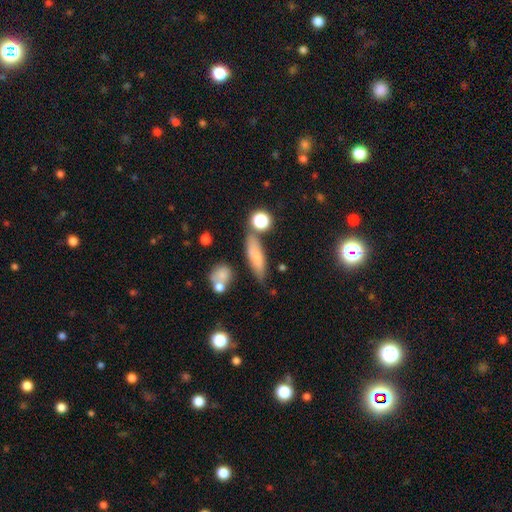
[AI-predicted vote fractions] smooth_or_featured: smooth (p=0.69) [alt: featured or disk p=0.21]
how_rounded: cigar-shaped (p=0.59) [alt: in between p=0.36]
merging: none (p=0.69) [alt: minor disturbance p=0.17]